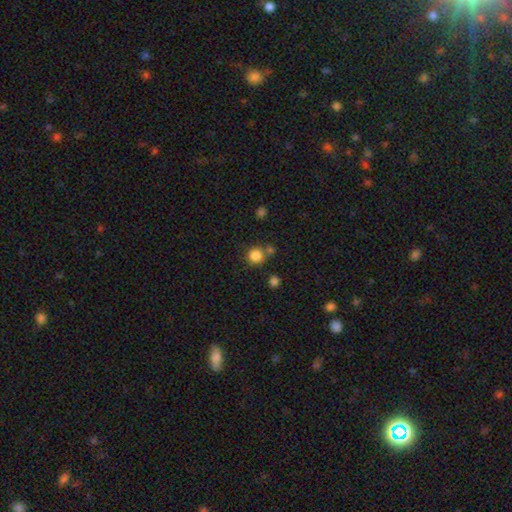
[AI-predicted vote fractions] Morphology: type=smooth (84%); roundness=round (92%); merging=none (71%).